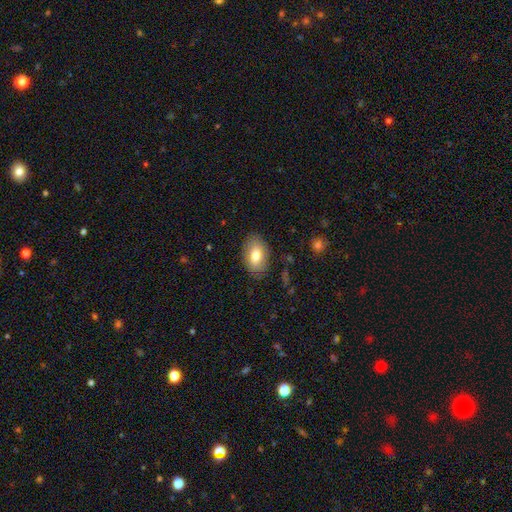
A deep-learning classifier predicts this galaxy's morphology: This is likely a smooth galaxy (77%). How rounded: clearly in between (91%). Merging: clearly none (84%).